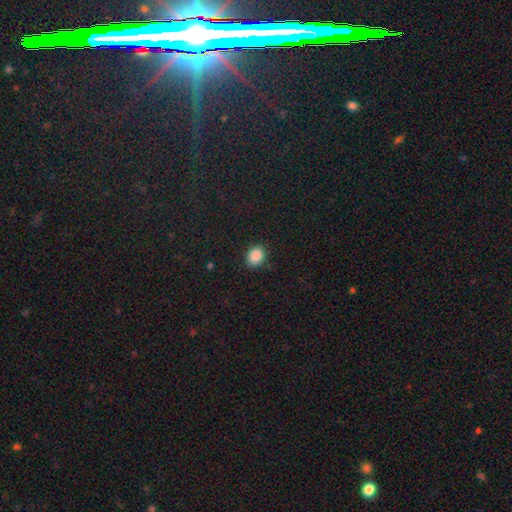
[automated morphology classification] A smooth galaxy with no disk features (88%) that is in between round and cigar-shaped (58%).

Vote fractions:
- Smooth or featured? smooth: 88% / star or artifact: 9% / featured or disk: 3%
- How rounded? in between: 58% / round: 41% / cigar-shaped: 1%
- Merging? none: 86% / minor disturbance: 11% / major disturbance: 3% / merger: 1%